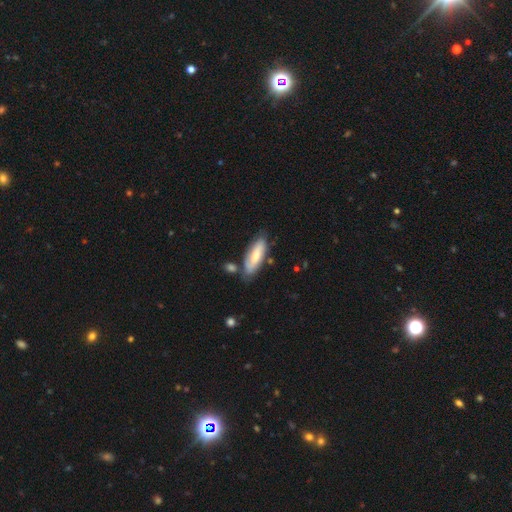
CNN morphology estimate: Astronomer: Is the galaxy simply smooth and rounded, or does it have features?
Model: smooth — 59% (runner-up: featured or disk, 36%).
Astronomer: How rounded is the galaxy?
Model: in between — 62%.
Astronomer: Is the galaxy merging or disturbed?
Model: none — 66%.